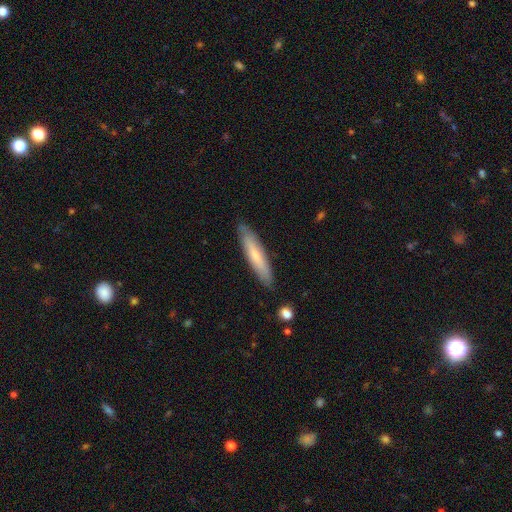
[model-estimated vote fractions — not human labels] A smooth galaxy with no disk features (65%) that is cigar-shaped (85%).

Vote fractions:
- Smooth or featured? smooth: 65% / featured or disk: 29% / star or artifact: 6%
- How rounded? cigar-shaped: 85% / in between: 14% / round: 1%
- Merging? none: 87% / minor disturbance: 10% / major disturbance: 2% / merger: 1%